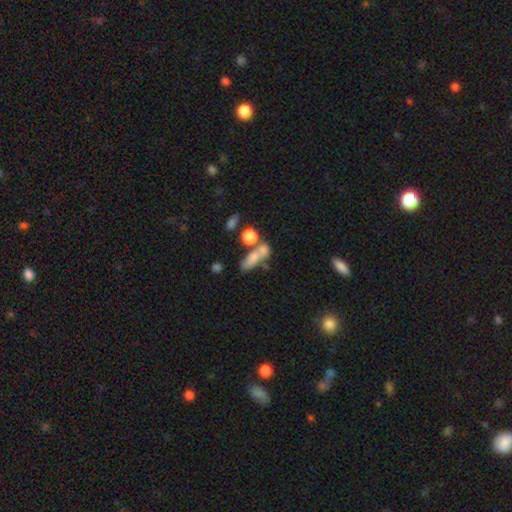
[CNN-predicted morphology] The model was most divided on "merging": merger: 41%, none: 35%, minor disturbance: 13%, major disturbance: 11%. More confident: smooth or featured — smooth (67%); how rounded — in between (54%).